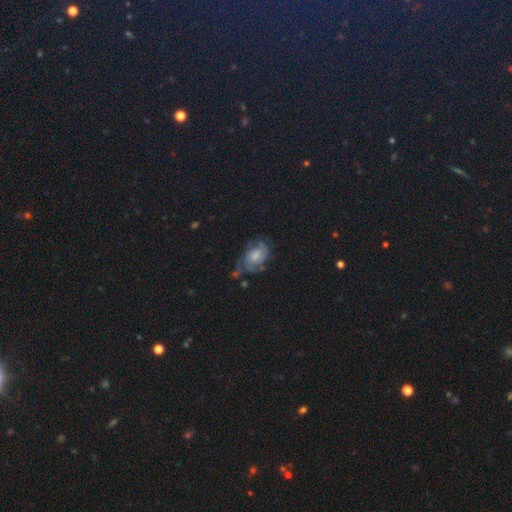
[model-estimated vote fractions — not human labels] A featured or disk galaxy (66%) with no bar (63%), 2 (52%) tight (46%) spiral arms (89%) and a moderate central bulge (36%, tied with small). Merging: none (46%).